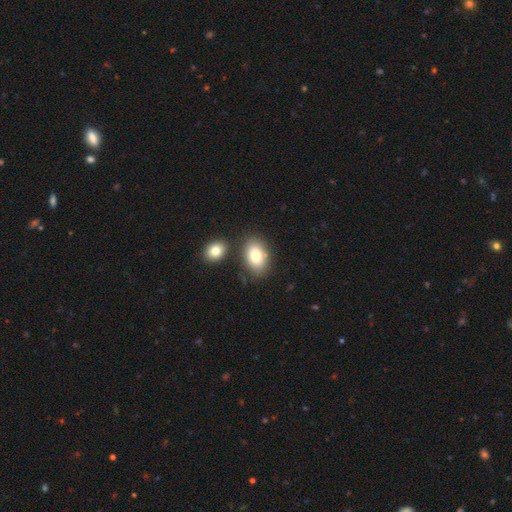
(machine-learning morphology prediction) smooth-or-featured: smooth: 81% | featured or disk: 12% | star or artifact: 8%
  how-rounded: in between: 87% | round: 11% | cigar-shaped: 1%
  merging: none: 72% | merger: 13% | minor disturbance: 11% | major disturbance: 3%